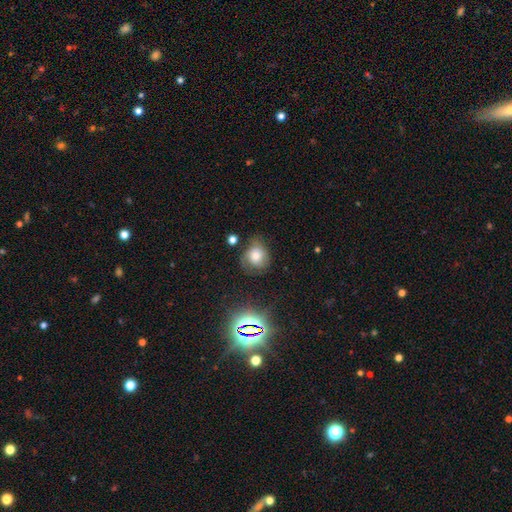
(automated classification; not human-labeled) smooth-or-featured: smooth: 60% | featured or disk: 24% | star or artifact: 16%
  how-rounded: round: 72% | in between: 27% | cigar-shaped: 1%
  merging: none: 56% | minor disturbance: 29% | major disturbance: 12% | merger: 4%